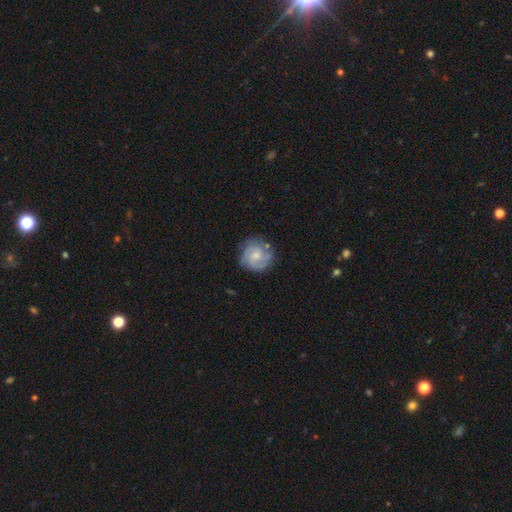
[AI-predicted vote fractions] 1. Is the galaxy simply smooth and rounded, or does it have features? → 74% featured or disk, 20% smooth, 6% star or artifact.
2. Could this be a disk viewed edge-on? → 98% no, 2% yes.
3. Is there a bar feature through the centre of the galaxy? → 66% no, 30% weak, 4% strong.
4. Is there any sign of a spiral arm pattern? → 94% yes, 6% no.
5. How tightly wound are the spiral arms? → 57% tight, 34% medium, 9% loose.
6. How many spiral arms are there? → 32% 3, 30% 2, 22% can't tell, 8% 4, 4% 1, 4% more than 4.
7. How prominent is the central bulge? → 51% small, 40% moderate, 6% none, 2% large, 1% dominant.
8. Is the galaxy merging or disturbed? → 76% none, 16% minor disturbance, 5% major disturbance, 2% merger.